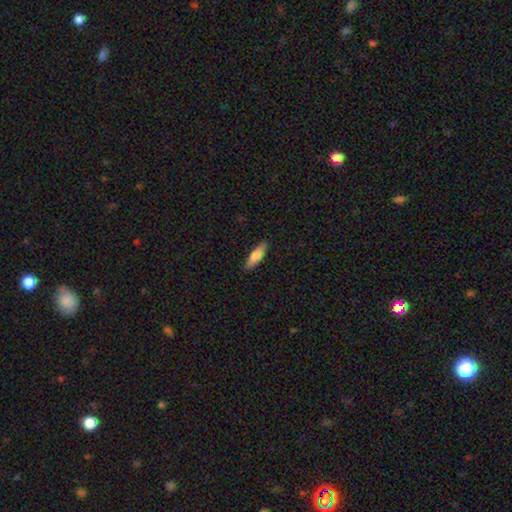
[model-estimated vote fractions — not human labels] Q: Smooth or featured?
A: smooth (72%); runner-up: featured or disk (22%)
Q: How rounded?
A: cigar-shaped (63%); runner-up: in between (35%)
Q: Merging?
A: none (89%); runner-up: minor disturbance (9%)